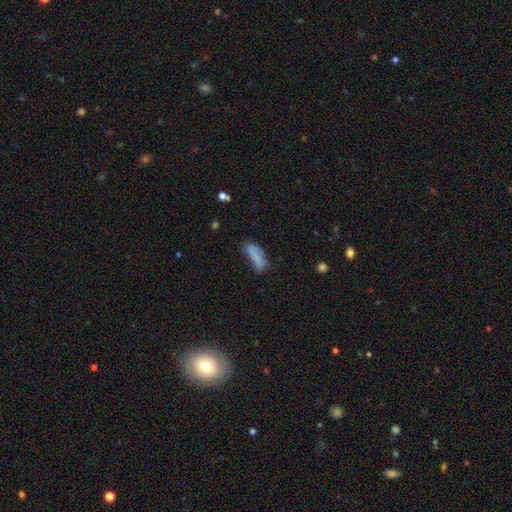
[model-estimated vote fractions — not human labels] Smooth or featured? smooth (75%)
How rounded? in between (52%)
Merging? none (51%)